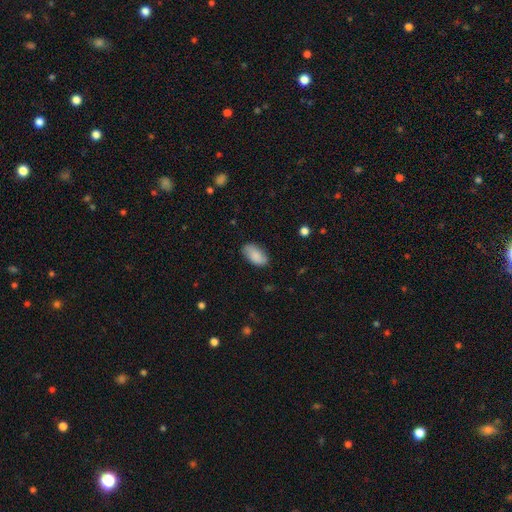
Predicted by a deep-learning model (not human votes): Smooth or featured?
  - smooth: 85% *
  - featured or disk: 9%
  - star or artifact: 6%
How rounded?
  - in between: 94% *
  - round: 3%
  - cigar-shaped: 2%
Merging?
  - none: 81% *
  - minor disturbance: 14%
  - major disturbance: 3%
  - merger: 1%